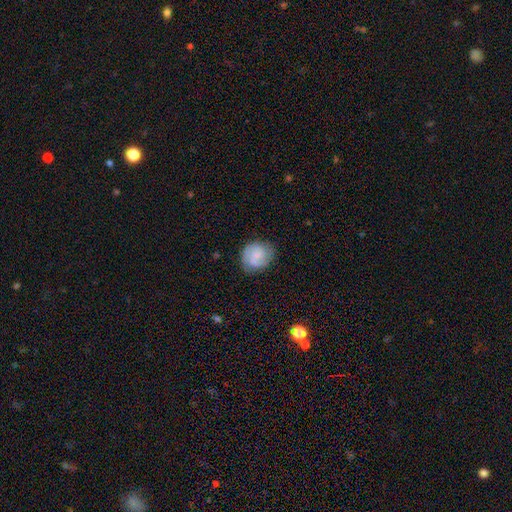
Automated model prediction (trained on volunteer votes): Smooth or featured?
  - featured or disk: 58% *
  - smooth: 35%
  - star or artifact: 7%
Edge-on disk?
  - no: 98% *
  - yes: 2%
Bar?
  - no: 57% *
  - weak: 37%
  - strong: 6%
Spiral arms?
  - yes: 92% *
  - no: 8%
Spiral winding?
  - tight: 45% *
  - medium: 41%
  - loose: 14%
Spiral arm count?
  - 2: 59% *
  - can't tell: 15%
  - 1: 11%
  - 3: 9%
  - 4: 2%
  - more than 4: 2%
Bulge size?
  - small: 40% *
  - none: 39%
  - moderate: 16%
  - large: 3%
  - dominant: 1%
Merging?
  - none: 75% *
  - minor disturbance: 17%
  - major disturbance: 7%
  - merger: 1%